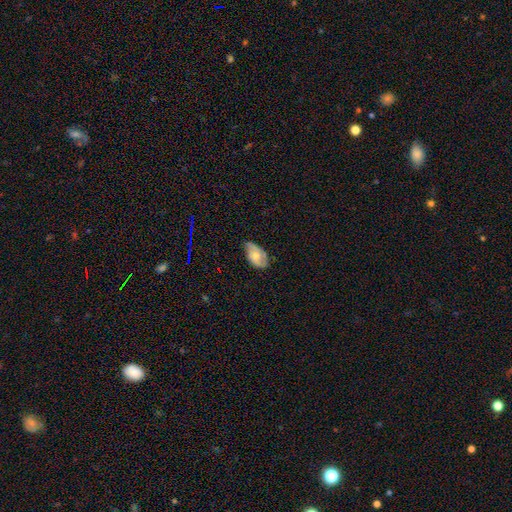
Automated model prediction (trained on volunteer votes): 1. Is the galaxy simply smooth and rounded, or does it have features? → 52% smooth, 40% featured or disk, 8% star or artifact.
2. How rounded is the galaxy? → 91% in between, 6% round, 2% cigar-shaped.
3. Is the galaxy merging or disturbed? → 54% none, 37% minor disturbance, 8% major disturbance, 2% merger.